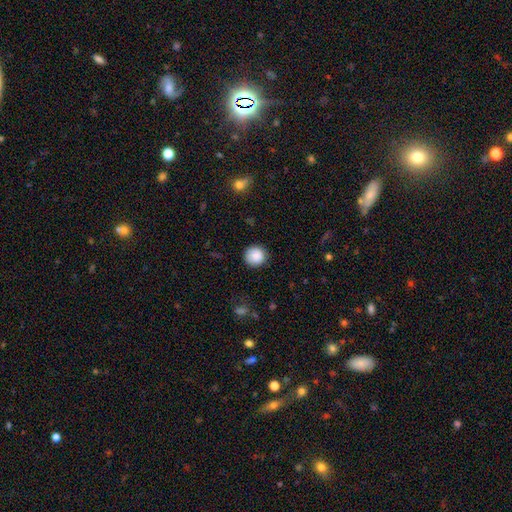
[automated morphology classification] Smooth or featured?
  - smooth: 88% *
  - star or artifact: 9%
  - featured or disk: 3%
How rounded?
  - round: 94% *
  - in between: 6%
  - cigar-shaped: 1%
Merging?
  - none: 89% *
  - minor disturbance: 7%
  - major disturbance: 2%
  - merger: 1%